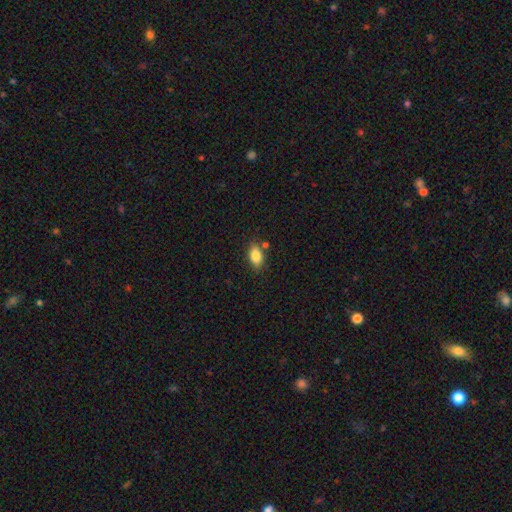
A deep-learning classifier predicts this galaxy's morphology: A smooth galaxy with no disk features (84%) that is in between round and cigar-shaped (88%). Merging: none (77%).